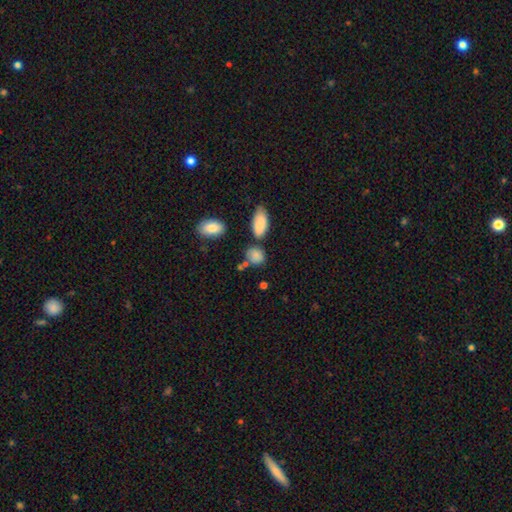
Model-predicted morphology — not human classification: type=smooth (84%); roundness=round (52%); merging=none (60%).